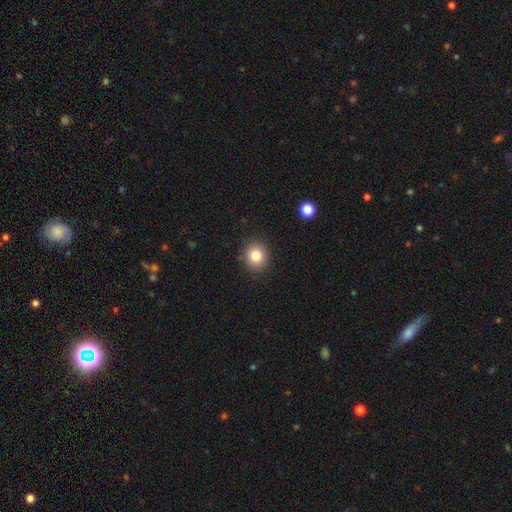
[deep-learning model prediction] Smooth or featured?
  - smooth: 82% *
  - star or artifact: 11%
  - featured or disk: 7%
How rounded?
  - round: 74% *
  - in between: 25%
  - cigar-shaped: 1%
Merging?
  - none: 89% *
  - minor disturbance: 8%
  - major disturbance: 2%
  - merger: 1%